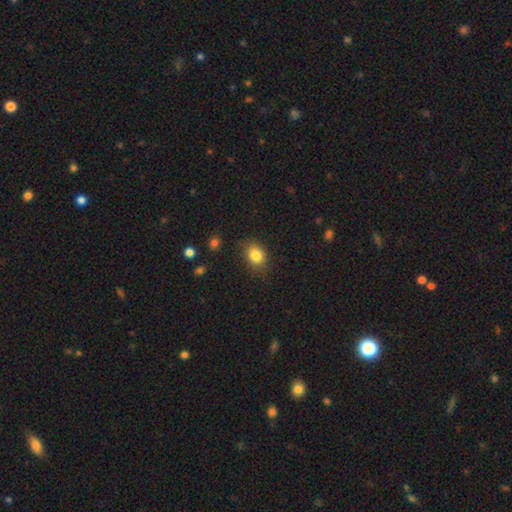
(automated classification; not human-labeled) Morphology: type=smooth (84%); roundness=in between (59%); merging=none (78%).